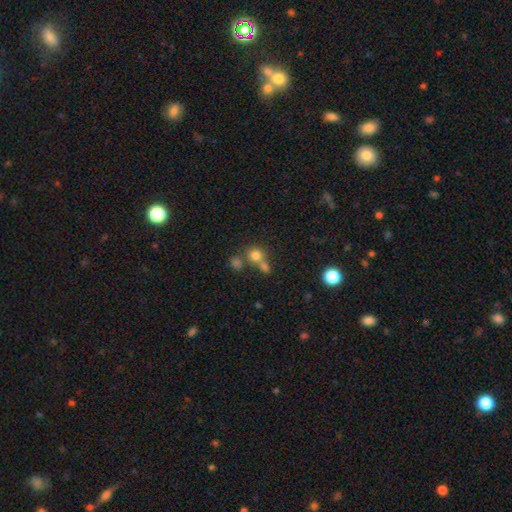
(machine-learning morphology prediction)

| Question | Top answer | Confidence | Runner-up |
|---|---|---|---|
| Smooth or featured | smooth | 74% | star or artifact (15%) |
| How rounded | round | 85% | in between (14%) |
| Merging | none | 49% | merger (39%) |